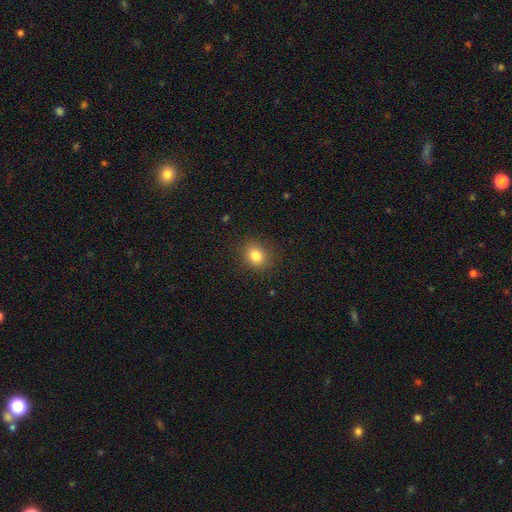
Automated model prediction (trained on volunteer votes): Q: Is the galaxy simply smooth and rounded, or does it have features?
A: smooth — 82%.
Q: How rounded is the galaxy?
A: round — 64%.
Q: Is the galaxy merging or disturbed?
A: none — 88%.